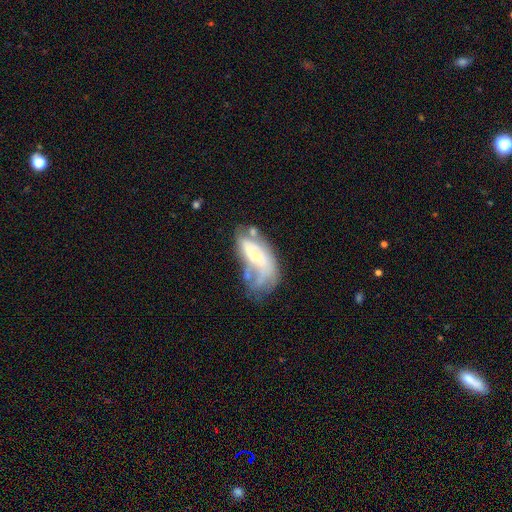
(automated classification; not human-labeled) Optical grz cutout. It shows a featured or disk galaxy (59%) with no bar (51%), spiral arms (52%) and a small central bulge (53%). Merging: major disturbance (31%).